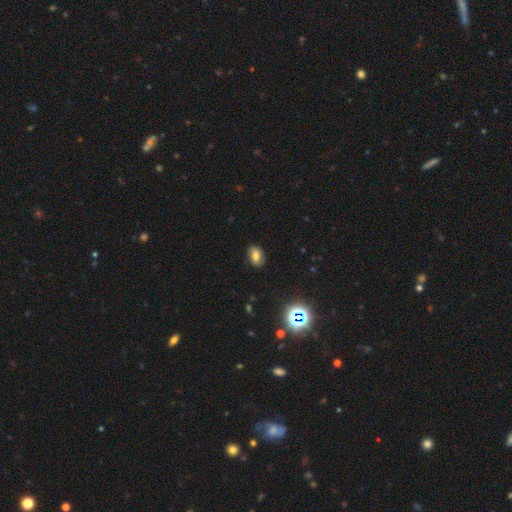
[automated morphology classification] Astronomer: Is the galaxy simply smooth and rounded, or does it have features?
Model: smooth — 63%.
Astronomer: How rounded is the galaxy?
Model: in between — 83%.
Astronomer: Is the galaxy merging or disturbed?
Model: none — 83%.